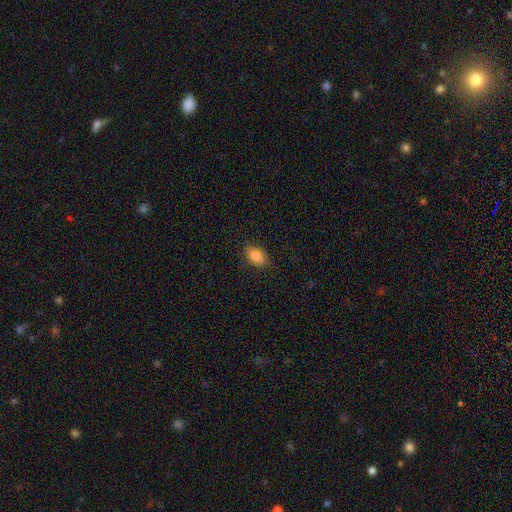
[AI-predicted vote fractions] The model was most divided on "merging": none: 83%, minor disturbance: 13%, major disturbance: 3%, merger: 1%. More confident: how rounded — in between (89%); smooth or featured — smooth (87%).